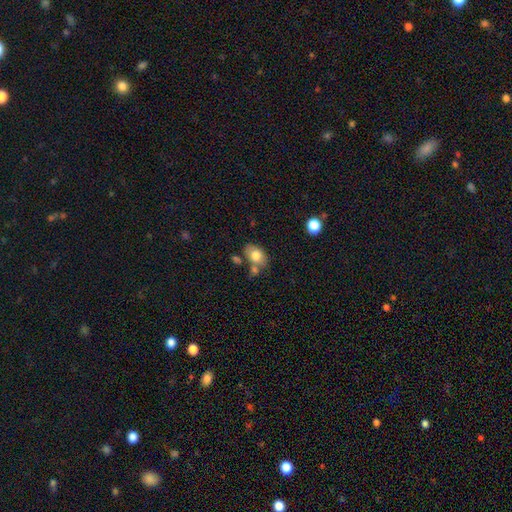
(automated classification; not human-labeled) Smooth or featured: smooth — 76% (featured or disk — 16%)
How rounded: in between — 82% (round — 16%)
Merging: none — 54% (merger — 23%)